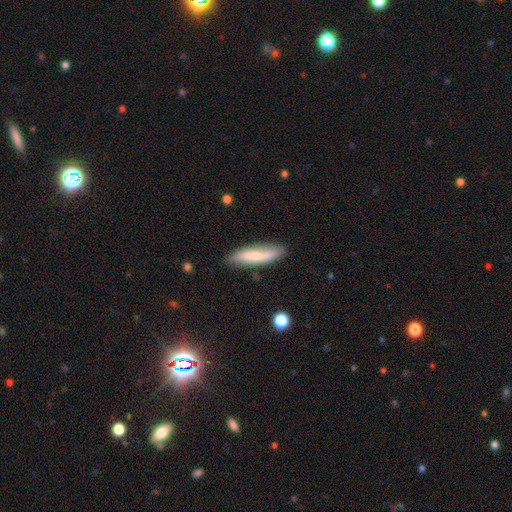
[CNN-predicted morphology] Smooth or featured? smooth (59%)
How rounded? cigar-shaped (71%)
Merging? none (82%)